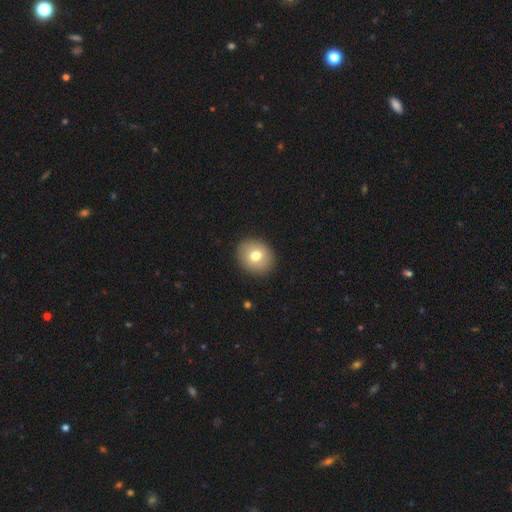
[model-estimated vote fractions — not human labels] smooth-or-featured: smooth: 75% | featured or disk: 17% | star or artifact: 9%
  how-rounded: round: 71% | in between: 28% | cigar-shaped: 1%
  merging: none: 90% | minor disturbance: 7% | major disturbance: 2% | merger: 1%